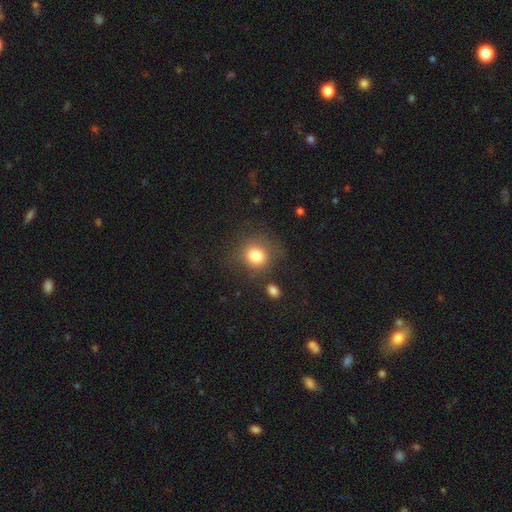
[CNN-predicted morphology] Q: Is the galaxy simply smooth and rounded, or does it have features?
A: smooth — 81%.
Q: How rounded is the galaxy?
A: round — 82%.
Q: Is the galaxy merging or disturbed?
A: none — 70%.